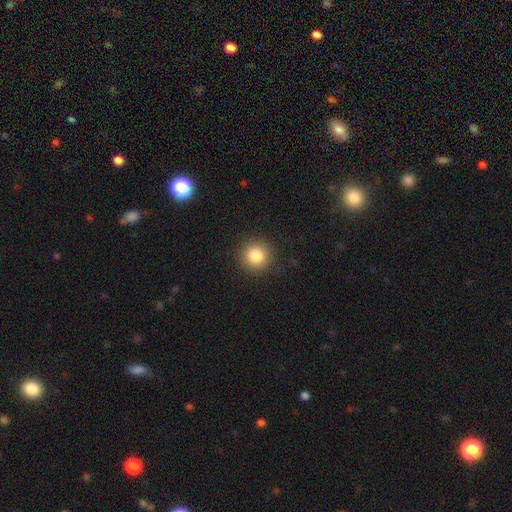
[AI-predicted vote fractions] This is clearly a smooth galaxy (83%). How rounded: clearly round (94%). Merging: clearly none (91%).